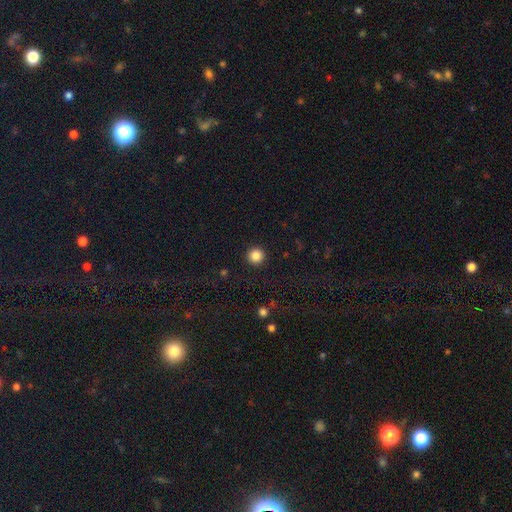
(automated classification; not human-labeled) This appears to be a smooth galaxy with no disk features (86%) that is round (96%). Merging: none (93%).